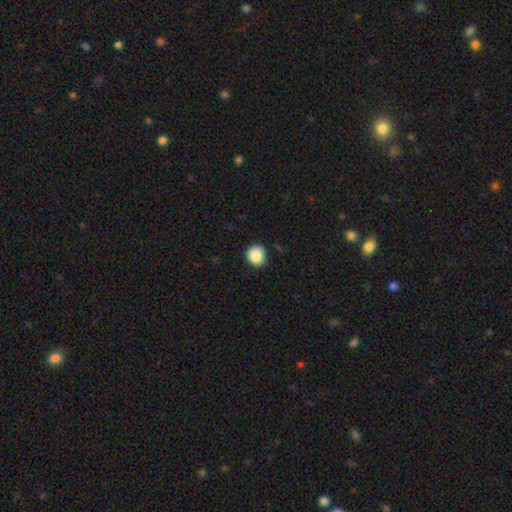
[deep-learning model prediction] smooth-or-featured: smooth: 88% | star or artifact: 9% | featured or disk: 3%
  how-rounded: round: 83% | in between: 16% | cigar-shaped: 1%
  merging: none: 79% | minor disturbance: 16% | major disturbance: 3% | merger: 1%